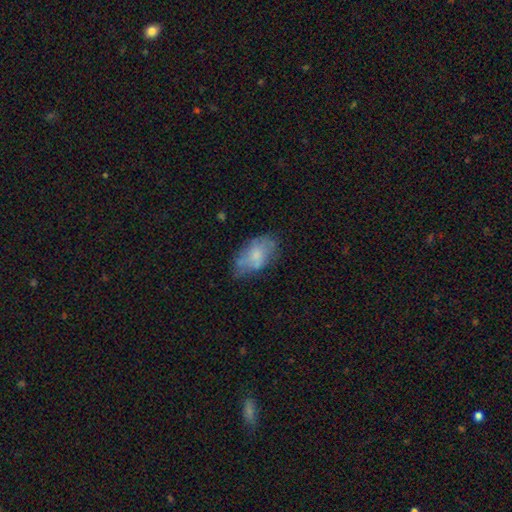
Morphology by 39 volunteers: type=smooth (49%); roundness=in between (84%); merging=none (67%).